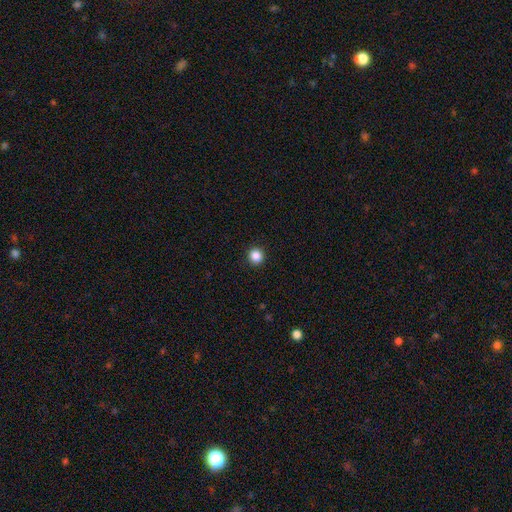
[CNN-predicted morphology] smooth 87%, star or artifact 10%, featured or disk 3%. Down the decision tree: how rounded — round (94%); merging — none (93%).